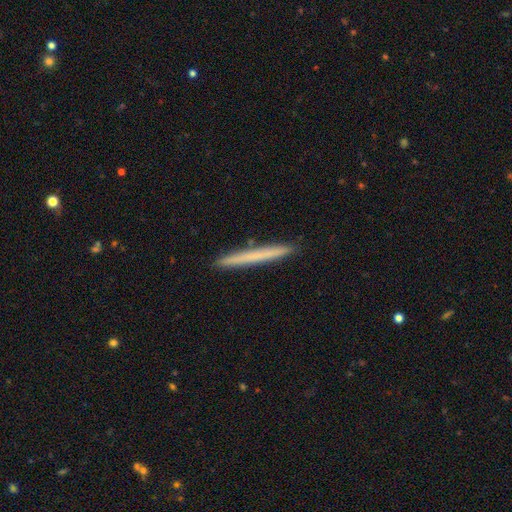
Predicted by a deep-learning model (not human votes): A smooth galaxy with no disk features (62%) that is cigar-shaped (97%). Merging: none (92%).